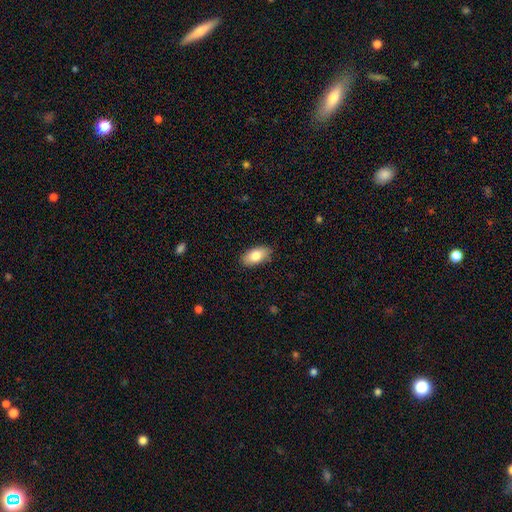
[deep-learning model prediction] smooth_or_featured: smooth (p=0.80) [alt: featured or disk p=0.13]
how_rounded: in between (p=0.93) [alt: cigar-shaped p=0.04]
merging: none (p=0.88) [alt: minor disturbance p=0.10]